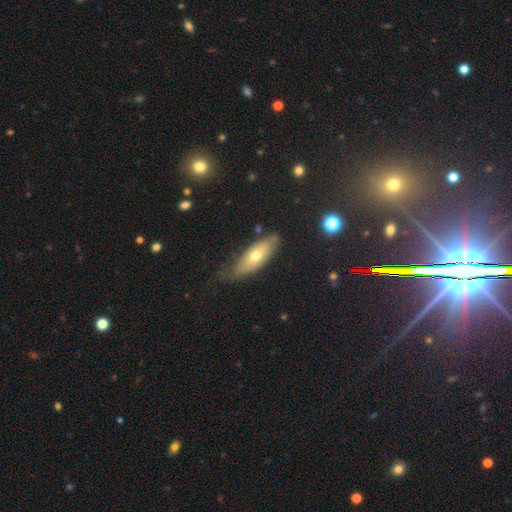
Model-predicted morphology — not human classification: type=smooth (52%); roundness=in between (64%); merging=none (66%).